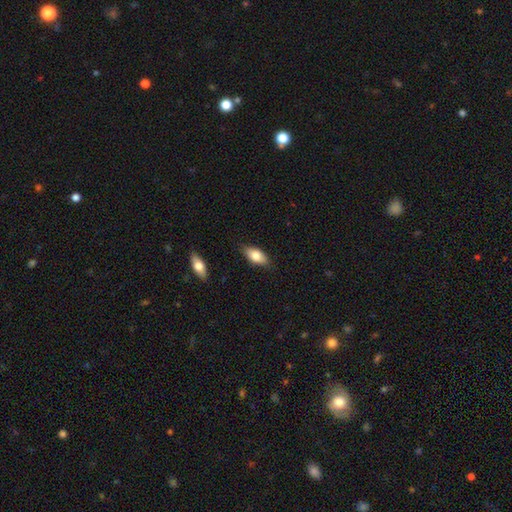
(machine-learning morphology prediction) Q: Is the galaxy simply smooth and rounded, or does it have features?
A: smooth — 76%.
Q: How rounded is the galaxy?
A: in between — 87%.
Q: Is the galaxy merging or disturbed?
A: none — 83%.